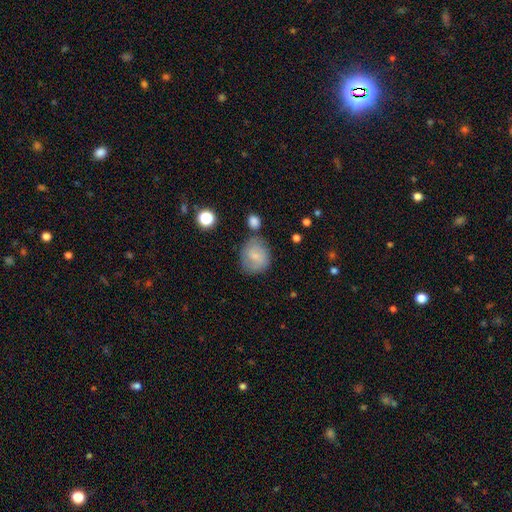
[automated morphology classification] Smooth or featured? Predicted: smooth (p=0.58). How rounded? Predicted: round (p=0.74). Merging? Predicted: none (p=0.65).